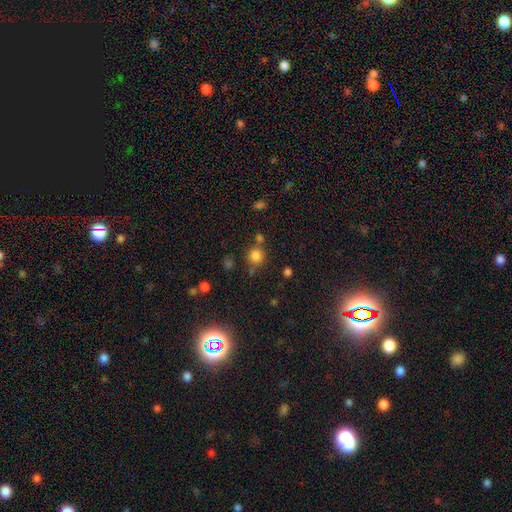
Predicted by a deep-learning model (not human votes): The model was most divided on "merging": none: 70%, merger: 15%, minor disturbance: 11%, major disturbance: 4%. More confident: how rounded — round (90%); smooth or featured — smooth (81%).